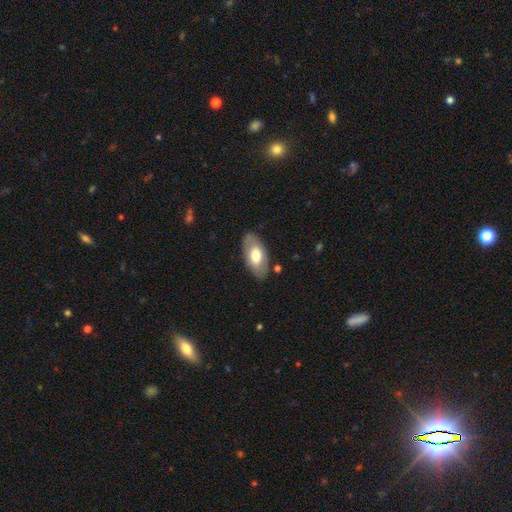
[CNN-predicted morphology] Smooth or featured? Predicted: smooth (p=0.62). How rounded? Predicted: in between (p=0.93). Merging? Predicted: none (p=0.82).